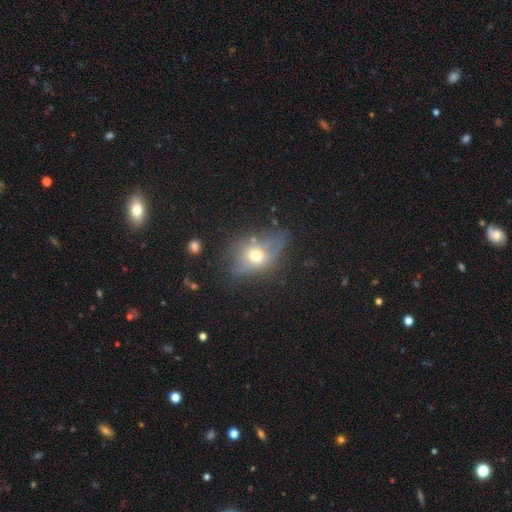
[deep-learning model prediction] The model was most divided on "smooth or featured": smooth: 51%, featured or disk: 37%, star or artifact: 12%. More confident: how rounded — in between (67%); merging — none (51%).